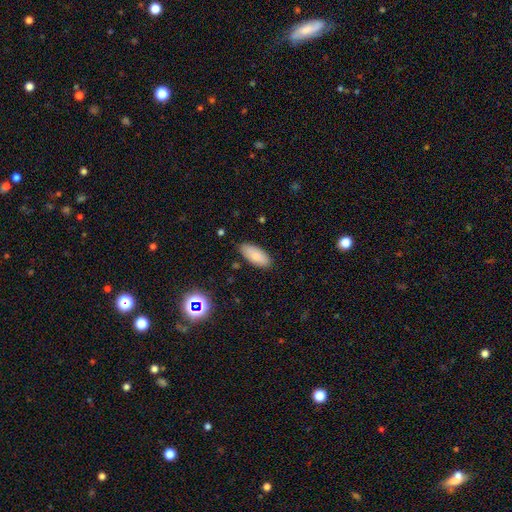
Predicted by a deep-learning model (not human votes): This is clearly a smooth galaxy (82%). How rounded: clearly in between (88%). Merging: clearly none (84%).